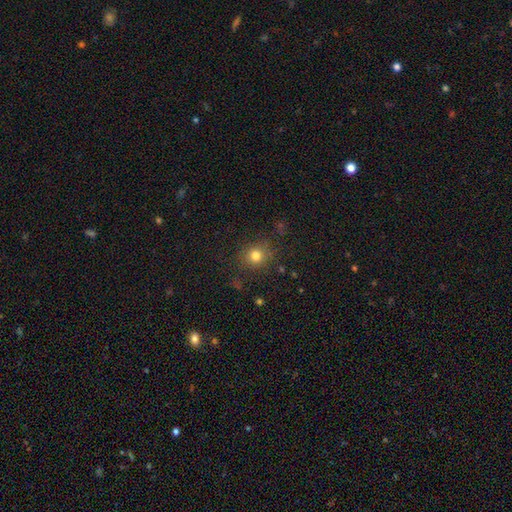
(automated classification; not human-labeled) Smooth or featured?
  - smooth: 78% *
  - star or artifact: 15%
  - featured or disk: 7%
How rounded?
  - round: 86% *
  - in between: 13%
  - cigar-shaped: 1%
Merging?
  - none: 84% *
  - minor disturbance: 11%
  - major disturbance: 4%
  - merger: 2%